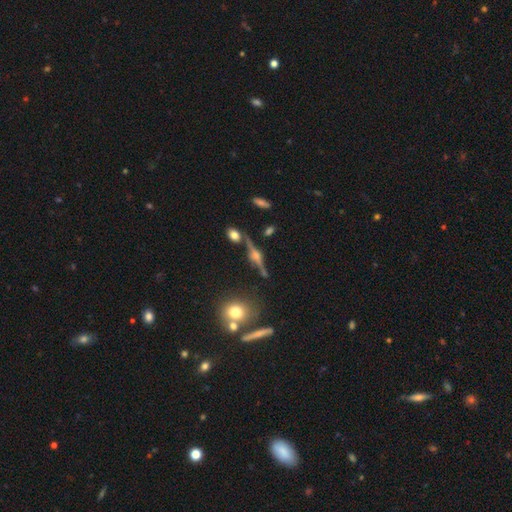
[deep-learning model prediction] featured or disk 79%, smooth 11%, star or artifact 10%. Down the decision tree: edge-on disk — yes (95%); edge-on bulge — rounded (91%); merging — none (75%).